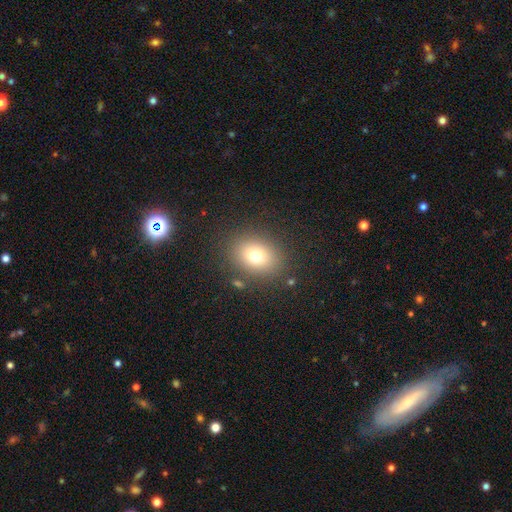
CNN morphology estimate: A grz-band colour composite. It shows a smooth galaxy with no disk features (74%) that is round (55%). Merging: none (85%).